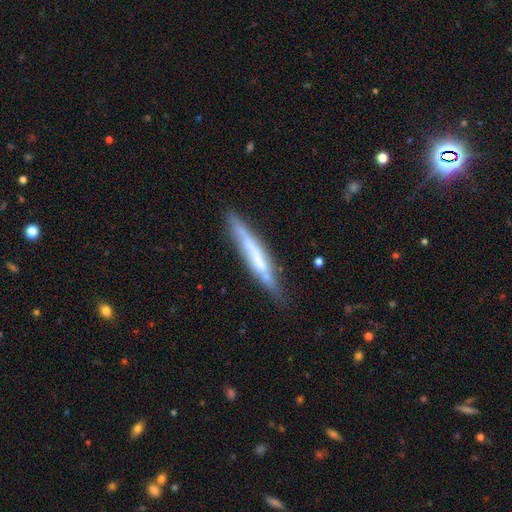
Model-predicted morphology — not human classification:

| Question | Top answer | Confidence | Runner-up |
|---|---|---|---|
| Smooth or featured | featured or disk | 52% | smooth (40%) |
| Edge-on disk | yes | 91% | no (9%) |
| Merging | none | 78% | minor disturbance (17%) |